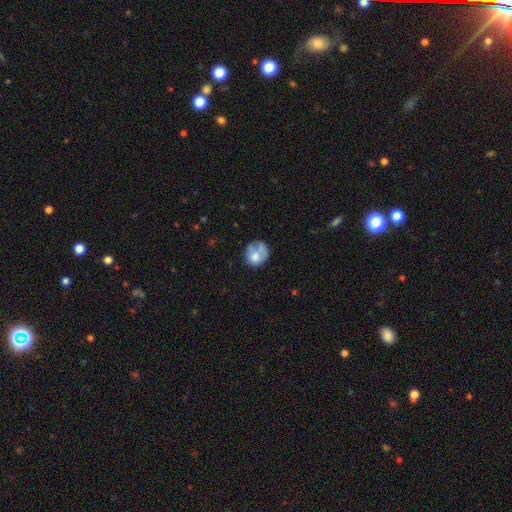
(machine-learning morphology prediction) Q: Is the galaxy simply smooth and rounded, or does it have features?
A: smooth — 67%.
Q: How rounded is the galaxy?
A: round — 72%.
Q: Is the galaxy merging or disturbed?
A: none — 41%.